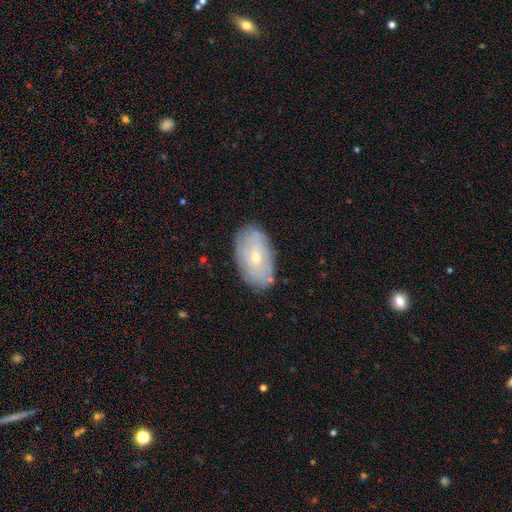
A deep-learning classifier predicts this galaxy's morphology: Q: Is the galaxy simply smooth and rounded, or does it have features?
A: smooth — 47%.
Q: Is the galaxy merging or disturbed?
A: none — 82%.